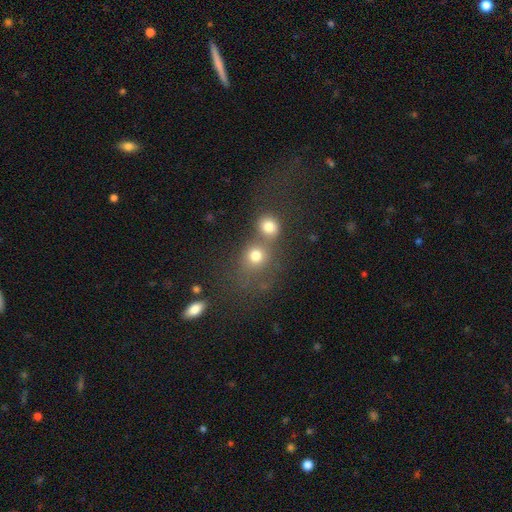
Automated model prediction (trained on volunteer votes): Q: Smooth or featured?
A: smooth (76%); runner-up: star or artifact (14%)
Q: How rounded?
A: round (82%); runner-up: in between (17%)
Q: Merging?
A: merger (49%); runner-up: none (39%)